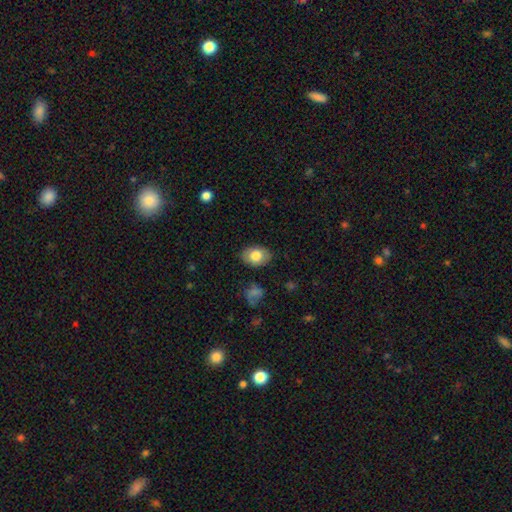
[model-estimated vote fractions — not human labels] The model was most divided on "how rounded": in between: 79%, round: 20%, cigar-shaped: 1%. More confident: merging — none (85%); smooth or featured — smooth (76%).